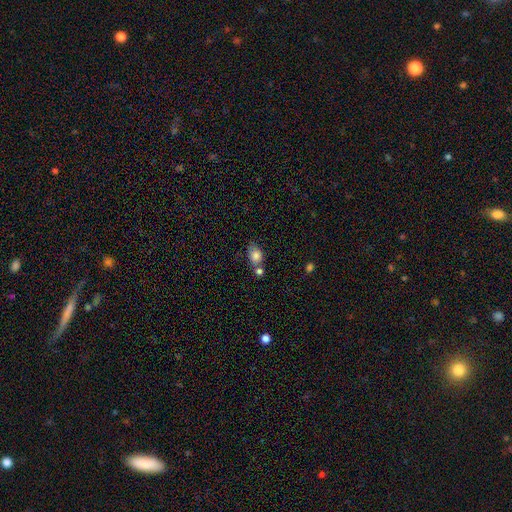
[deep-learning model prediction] Smooth or featured: smooth — 82% (star or artifact — 9%)
How rounded: in between — 70% (round — 28%)
Merging: none — 51% (merger — 26%)